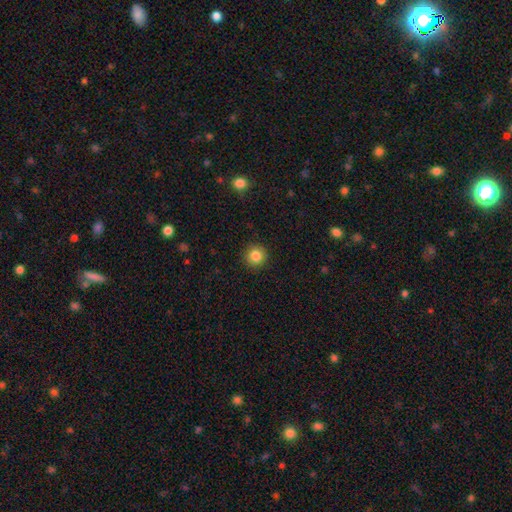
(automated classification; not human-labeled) The model was most divided on "smooth or featured": smooth: 85%, star or artifact: 10%, featured or disk: 5%. More confident: how rounded — round (94%); merging — none (91%).